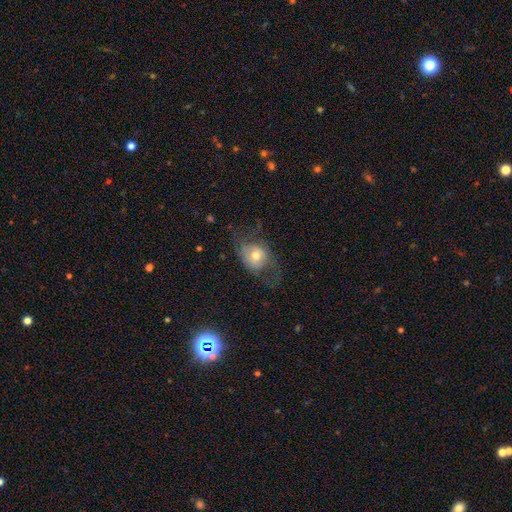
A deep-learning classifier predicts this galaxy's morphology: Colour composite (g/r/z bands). It shows a smooth galaxy with no disk features (52%) that is round (51%). Merging: none (41%).